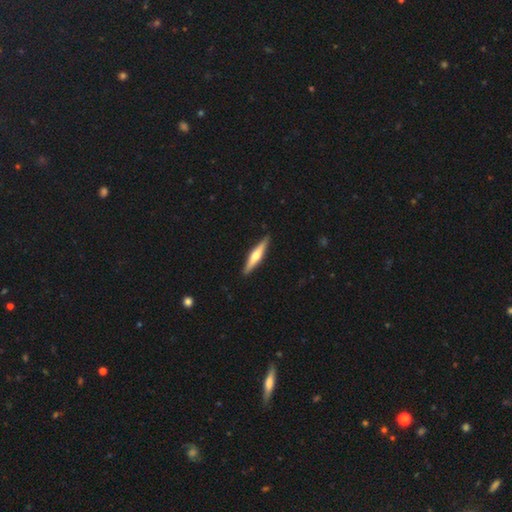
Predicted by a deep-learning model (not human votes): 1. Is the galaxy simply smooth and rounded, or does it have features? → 60% featured or disk, 35% smooth, 5% star or artifact.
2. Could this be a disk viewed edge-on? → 97% yes, 3% no.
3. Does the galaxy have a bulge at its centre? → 88% rounded, 7% boxy, 6% none.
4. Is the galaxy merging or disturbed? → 91% none, 7% minor disturbance, 1% major disturbance, 1% merger.